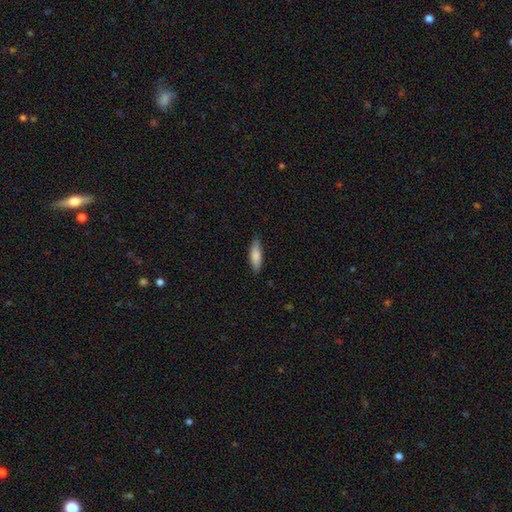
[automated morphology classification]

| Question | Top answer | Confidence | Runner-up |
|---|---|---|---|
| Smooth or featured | smooth | 85% | featured or disk (10%) |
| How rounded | in between | 53% | cigar-shaped (45%) |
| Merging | none | 83% | minor disturbance (14%) |